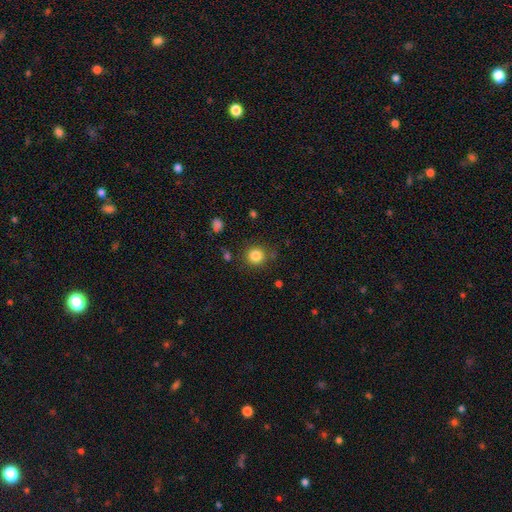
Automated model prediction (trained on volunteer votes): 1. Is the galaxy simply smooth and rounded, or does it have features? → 84% smooth, 11% star or artifact, 5% featured or disk.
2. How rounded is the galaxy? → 91% round, 8% in between, 1% cigar-shaped.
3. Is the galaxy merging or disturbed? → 83% none, 10% minor disturbance, 4% merger, 3% major disturbance.